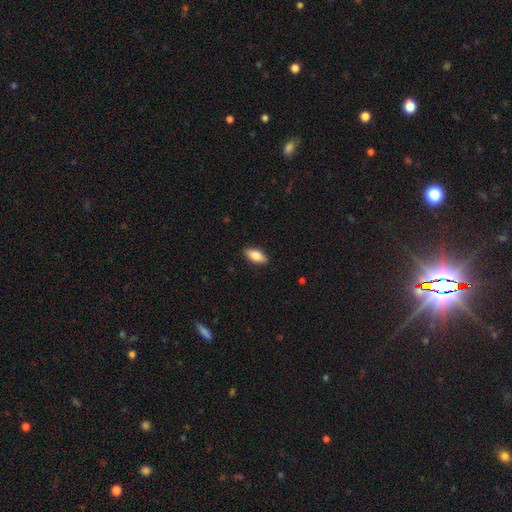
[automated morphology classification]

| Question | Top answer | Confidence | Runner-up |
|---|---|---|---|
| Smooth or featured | smooth | 78% | featured or disk (16%) |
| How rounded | in between | 85% | cigar-shaped (12%) |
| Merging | none | 89% | minor disturbance (8%) |